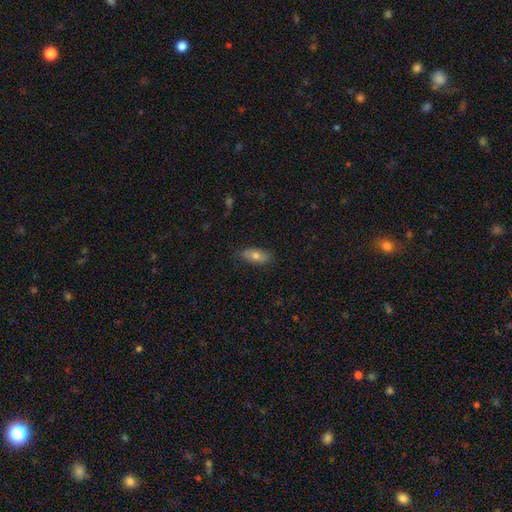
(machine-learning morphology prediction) Smooth or featured: smooth — 68% (featured or disk — 23%)
How rounded: in between — 81% (cigar-shaped — 15%)
Merging: none — 84% (minor disturbance — 13%)